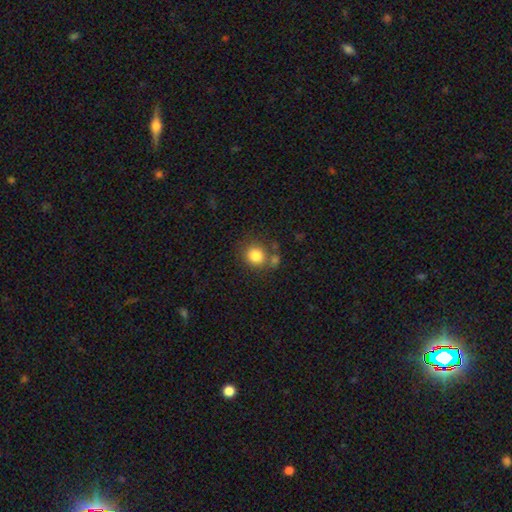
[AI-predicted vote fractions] This appears to be a smooth galaxy with no disk features (83%) that is round (84%). Merging: none (65%).